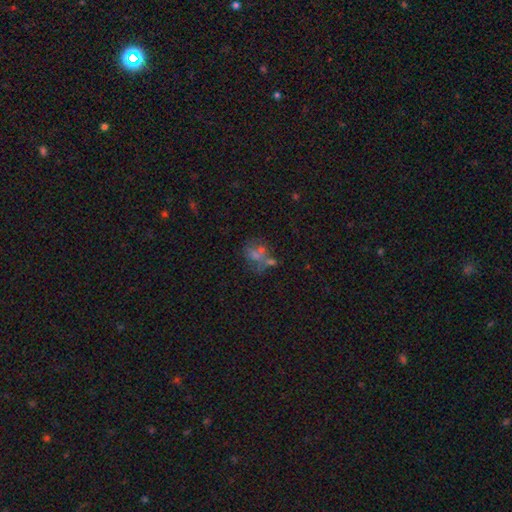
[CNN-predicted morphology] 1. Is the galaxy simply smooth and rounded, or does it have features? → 37% smooth, 33% featured or disk, 30% star or artifact.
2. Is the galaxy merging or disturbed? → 42% none, 29% merger, 15% minor disturbance, 14% major disturbance.